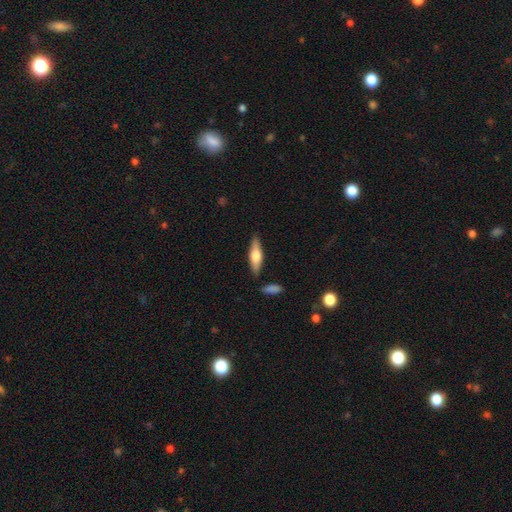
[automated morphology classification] Overall: smooth (55%; featured or disk 40%). How rounded: cigar-shaped (59%; in between 39%). Merging: none (84%).